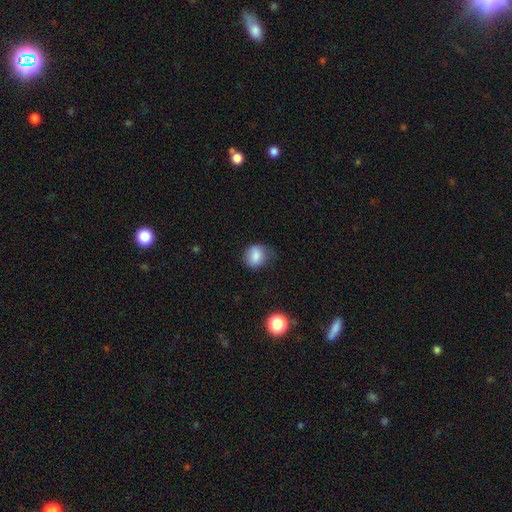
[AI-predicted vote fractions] Overall: smooth (83%). How rounded: round (67%; in between 32%). Merging: none (60%; minor disturbance 29%).